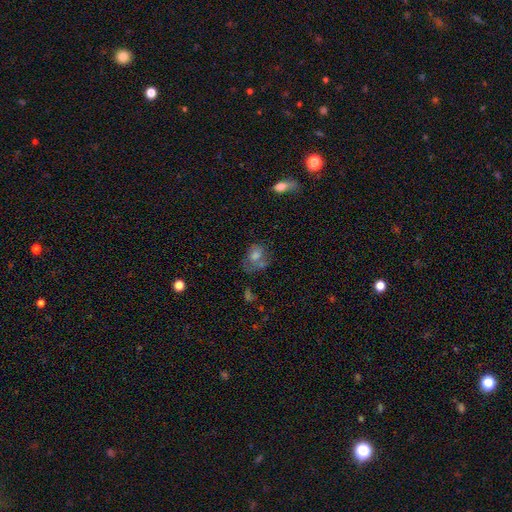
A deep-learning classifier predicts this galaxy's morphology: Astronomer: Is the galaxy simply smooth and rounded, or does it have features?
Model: smooth — 44% (runner-up: featured or disk, 36%).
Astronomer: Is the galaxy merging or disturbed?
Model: none — 42% (runner-up: major disturbance, 22%).